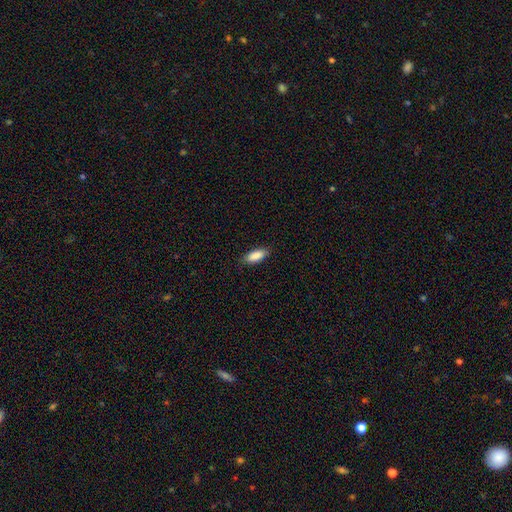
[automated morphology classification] This appears to be a smooth galaxy with no disk features (89%) that is in between round and cigar-shaped (80%). Merging: none (85%).